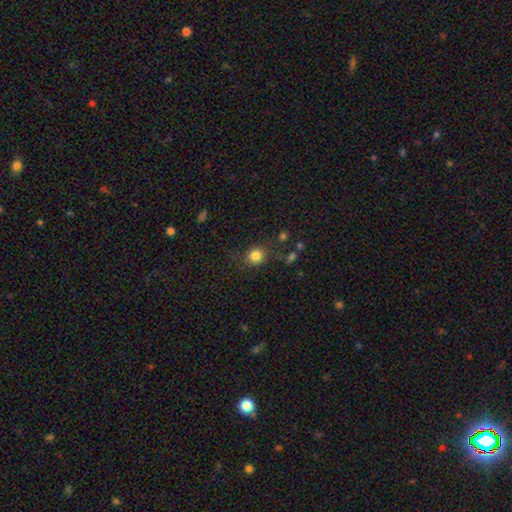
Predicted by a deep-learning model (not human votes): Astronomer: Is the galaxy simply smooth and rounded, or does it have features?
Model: smooth — 82%.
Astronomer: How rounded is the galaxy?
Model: round — 82%.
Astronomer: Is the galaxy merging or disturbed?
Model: none — 79%.